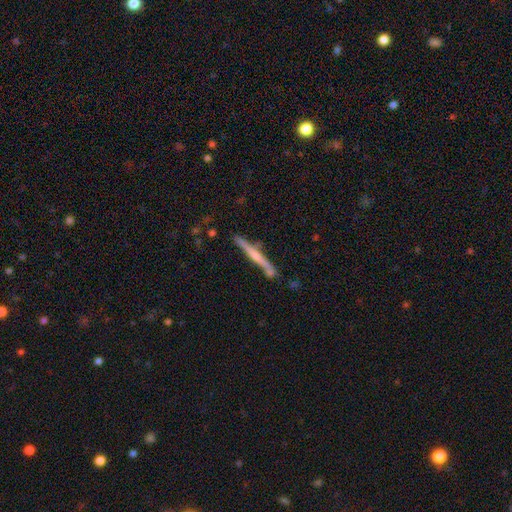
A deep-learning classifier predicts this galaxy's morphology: A featured or disk galaxy (63%) viewed edge-on (97%) with a rounded central bulge (50%).

Vote fractions:
- Smooth or featured? featured or disk: 63% / smooth: 31% / star or artifact: 6%
- Edge-on disk? yes: 97% / no: 3%
- Edge-on bulge? rounded: 50% / none: 33% / boxy: 17%
- Merging? none: 79% / minor disturbance: 14% / merger: 4% / major disturbance: 3%